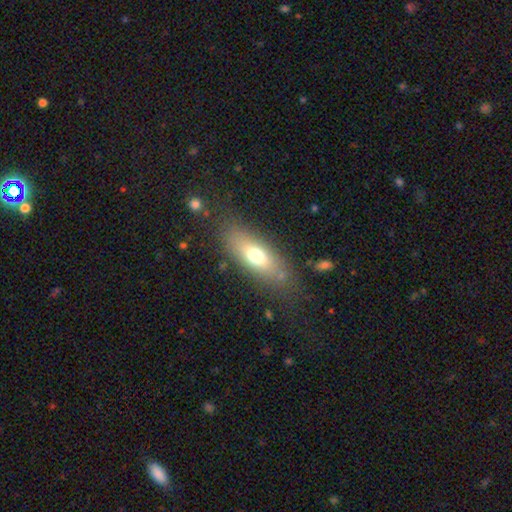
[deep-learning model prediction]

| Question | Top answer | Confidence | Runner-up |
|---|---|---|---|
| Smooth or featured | smooth | 66% | featured or disk (24%) |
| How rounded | in between | 69% | cigar-shaped (26%) |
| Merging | none | 78% | minor disturbance (13%) |